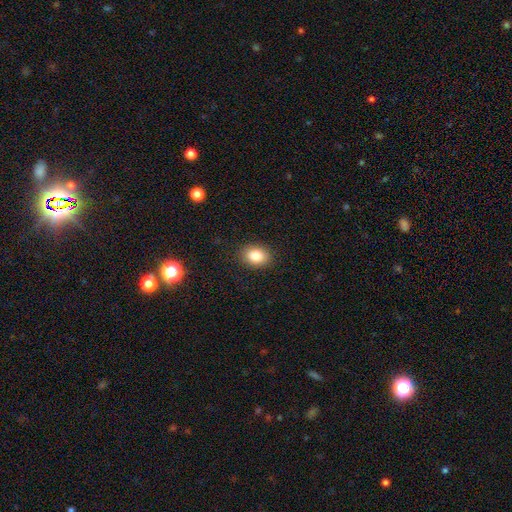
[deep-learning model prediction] smooth_or_featured: smooth (p=0.84) [alt: star or artifact p=0.09]
how_rounded: in between (p=0.67) [alt: round p=0.32]
merging: none (p=0.88) [alt: minor disturbance p=0.08]